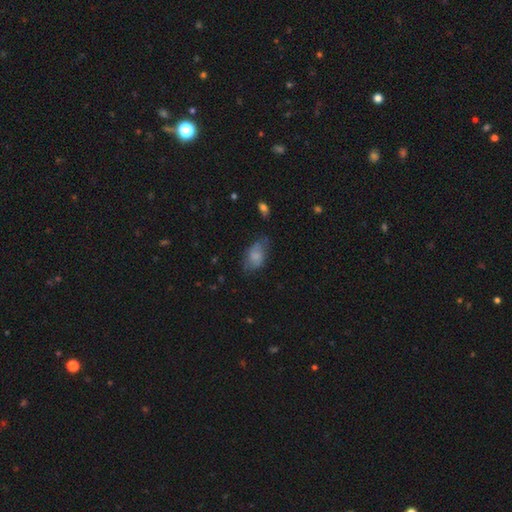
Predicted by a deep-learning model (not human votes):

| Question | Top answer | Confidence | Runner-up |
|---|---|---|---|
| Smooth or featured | smooth | 72% | featured or disk (18%) |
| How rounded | in between | 89% | round (9%) |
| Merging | none | 53% | minor disturbance (31%) |